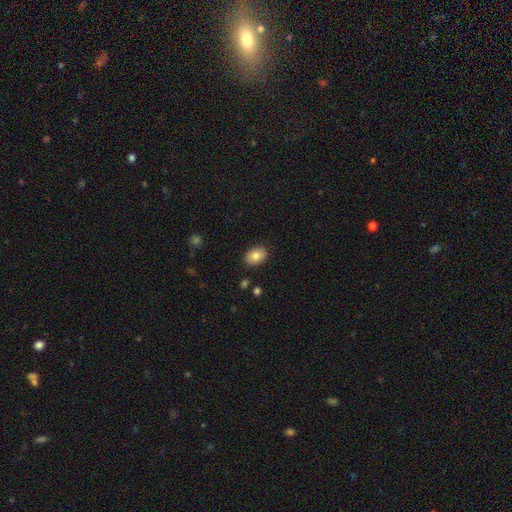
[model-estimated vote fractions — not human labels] Morphology: type=smooth (81%); roundness=in between (80%); merging=none (87%).